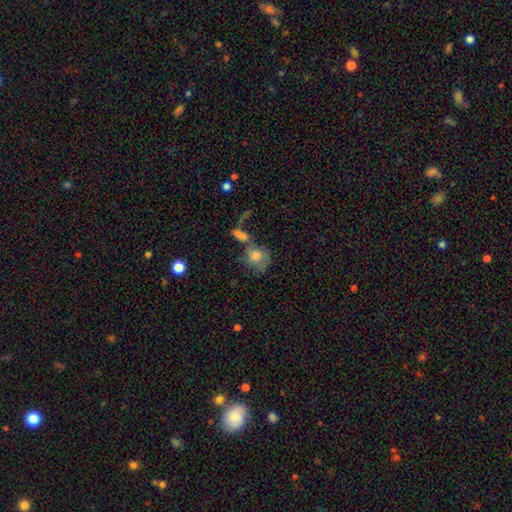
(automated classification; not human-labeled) A smooth galaxy with no disk features (54%) that is round (64%). Merging: none (37%).